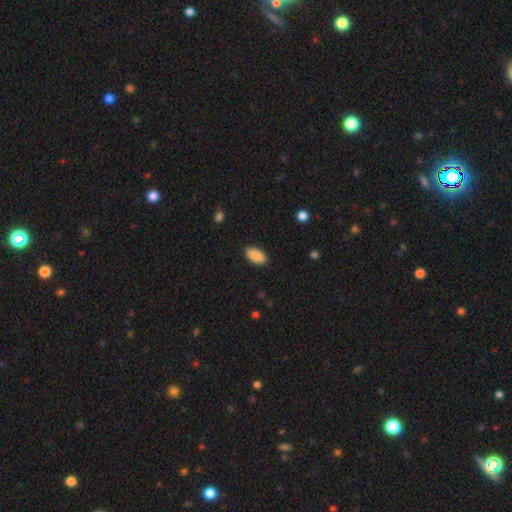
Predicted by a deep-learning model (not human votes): smooth 89%, star or artifact 6%, featured or disk 4%. Down the decision tree: how rounded — in between (94%); merging — none (89%).